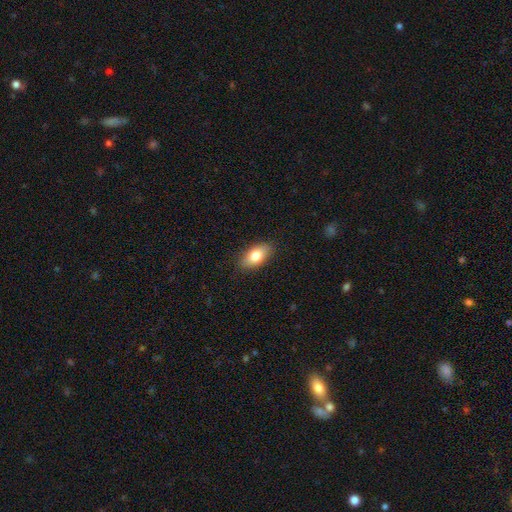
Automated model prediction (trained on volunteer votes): smooth 79%, featured or disk 14%, star or artifact 7%. Down the decision tree: how rounded — in between (89%); merging — none (87%).